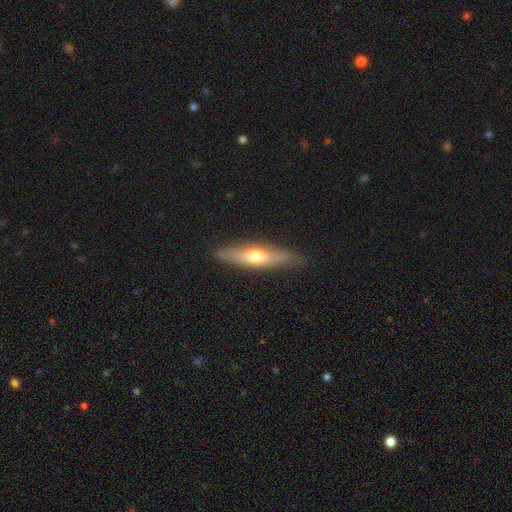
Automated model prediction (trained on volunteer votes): Morphology: type=featured or disk (50%); merging=none (84%).